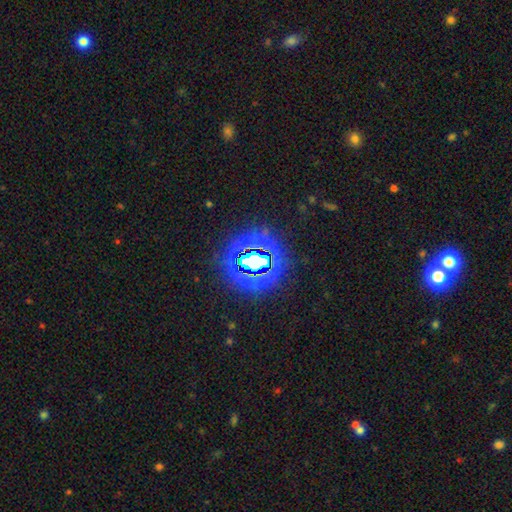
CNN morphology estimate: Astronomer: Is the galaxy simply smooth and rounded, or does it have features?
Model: star or artifact — 79%.